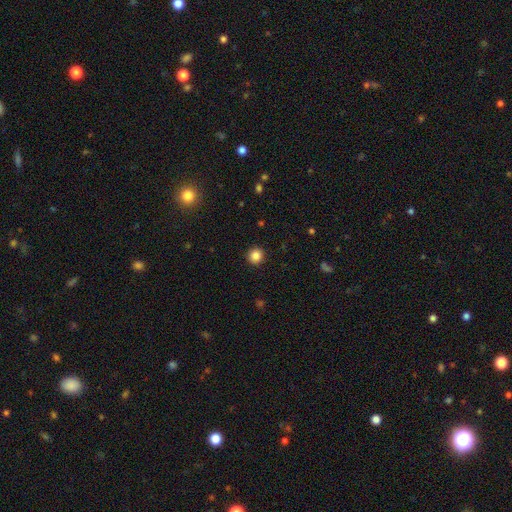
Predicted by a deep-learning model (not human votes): The model was most divided on "smooth or featured": smooth: 85%, star or artifact: 11%, featured or disk: 4%. More confident: how rounded — round (94%); merging — none (93%).